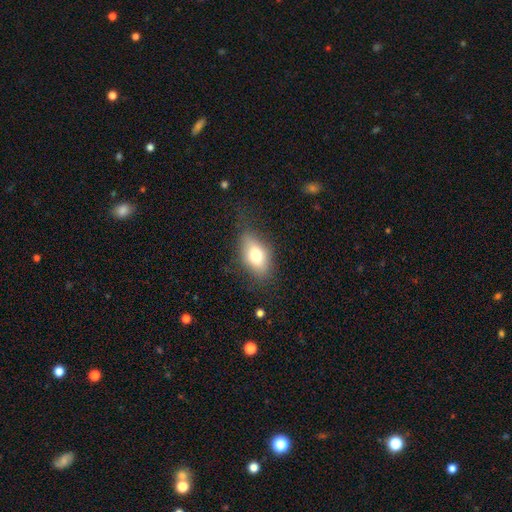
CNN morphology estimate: Overall: smooth (72%). How rounded: in between (86%). Merging: none (72%).